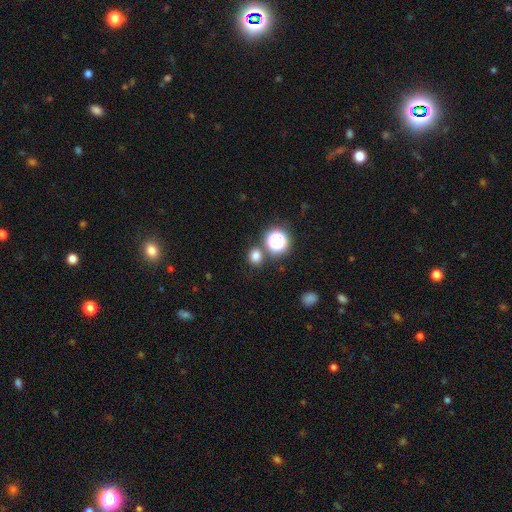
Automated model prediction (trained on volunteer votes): A smooth galaxy with no disk features (75%) that is round (83%). Merging: none (79%).